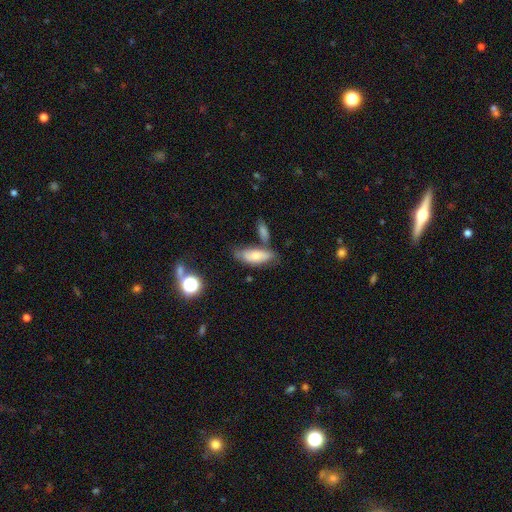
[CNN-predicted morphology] Smooth or featured?
  - smooth: 67% *
  - featured or disk: 25%
  - star or artifact: 8%
How rounded?
  - in between: 77% *
  - cigar-shaped: 20%
  - round: 3%
Merging?
  - none: 52% *
  - minor disturbance: 21%
  - merger: 20%
  - major disturbance: 6%